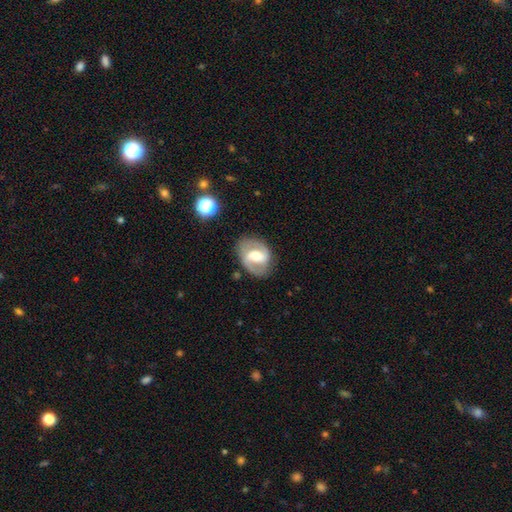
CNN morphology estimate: This appears to be a featured or disk galaxy (77%) with a weak bar (45%), 2 (87%) medium (51%) spiral arms (87%) and a moderate central bulge (62%). Merging: none (79%).